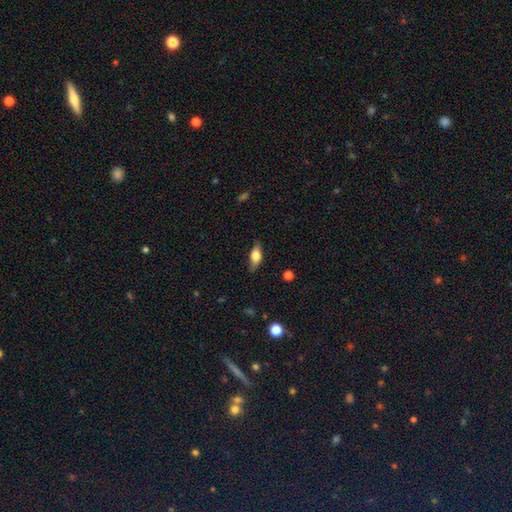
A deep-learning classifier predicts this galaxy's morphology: Smooth or featured? smooth (65%)
How rounded? in between (77%)
Merging? none (76%)